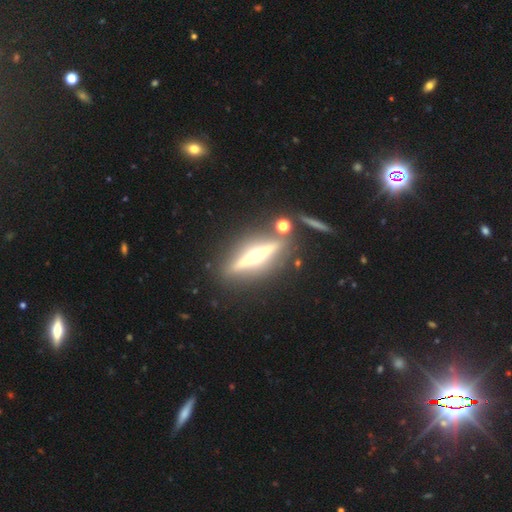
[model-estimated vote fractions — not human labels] Smooth or featured?
  - featured or disk: 77% *
  - smooth: 16%
  - star or artifact: 7%
Edge-on disk?
  - yes: 94% *
  - no: 6%
Edge-on bulge?
  - rounded: 93% *
  - none: 4%
  - boxy: 3%
Merging?
  - none: 83% *
  - minor disturbance: 9%
  - merger: 5%
  - major disturbance: 3%